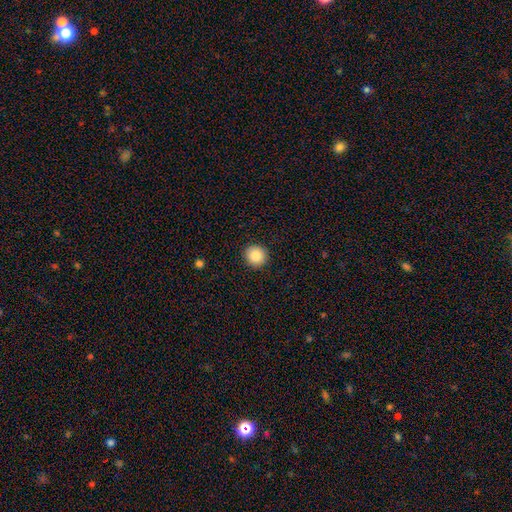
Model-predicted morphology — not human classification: A smooth galaxy with no disk features (85%) that is round (94%). Merging: none (93%).